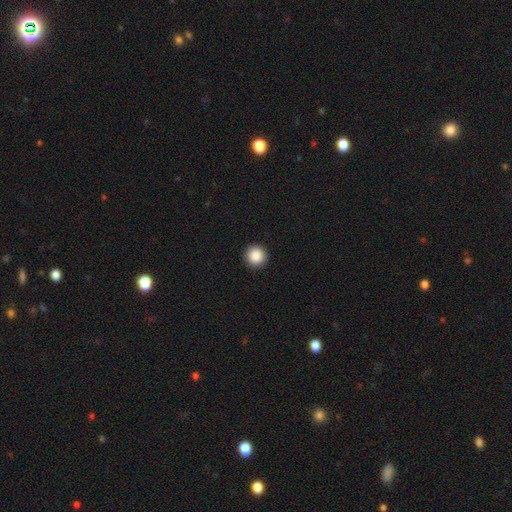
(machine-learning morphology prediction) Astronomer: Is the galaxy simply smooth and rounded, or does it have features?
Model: smooth — 88%.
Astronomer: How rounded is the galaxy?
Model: round — 95%.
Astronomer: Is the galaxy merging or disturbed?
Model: none — 93%.